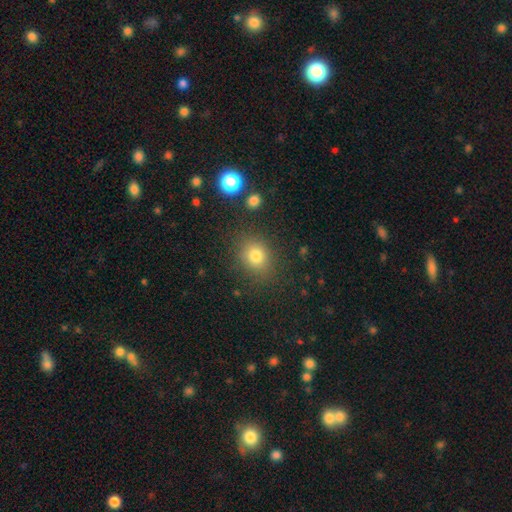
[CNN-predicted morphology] smooth 78%, star or artifact 14%, featured or disk 8%. Down the decision tree: how rounded — round (62%); merging — none (83%).